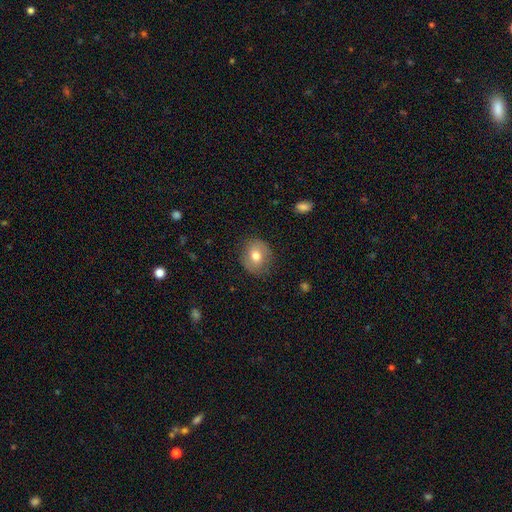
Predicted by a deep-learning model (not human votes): Smooth or featured?
  - smooth: 71% *
  - featured or disk: 21%
  - star or artifact: 8%
How rounded?
  - round: 74% *
  - in between: 25%
  - cigar-shaped: 1%
Merging?
  - none: 83% *
  - minor disturbance: 12%
  - major disturbance: 3%
  - merger: 1%